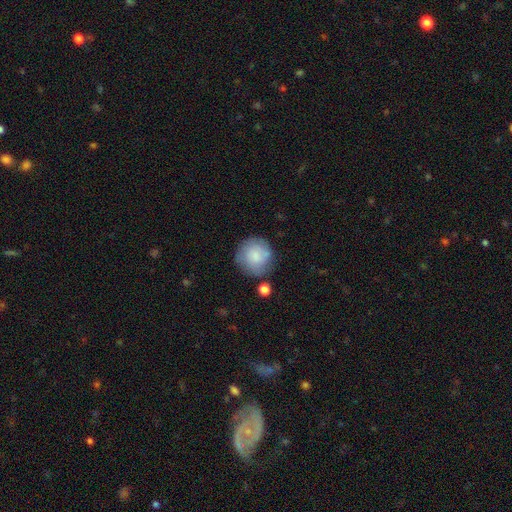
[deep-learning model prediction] A smooth galaxy with no disk features (72%) that is round (92%).

Vote fractions:
- Smooth or featured? smooth: 72% / featured or disk: 20% / star or artifact: 7%
- How rounded? round: 92% / in between: 7% / cigar-shaped: 1%
- Merging? none: 68% / minor disturbance: 19% / major disturbance: 7% / merger: 6%